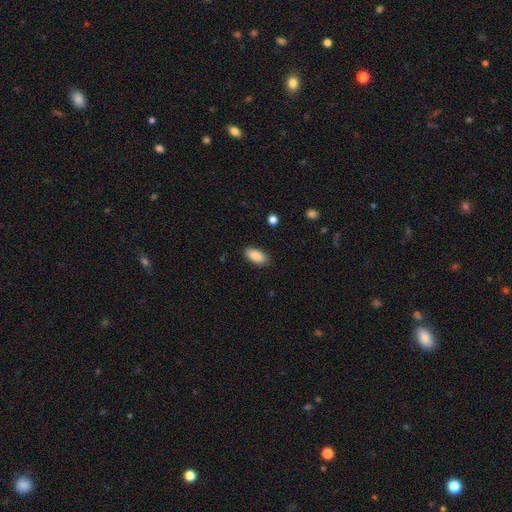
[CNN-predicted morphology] Q: Smooth or featured?
A: smooth (88%); runner-up: star or artifact (7%)
Q: How rounded?
A: in between (91%); runner-up: cigar-shaped (6%)
Q: Merging?
A: none (87%); runner-up: minor disturbance (10%)